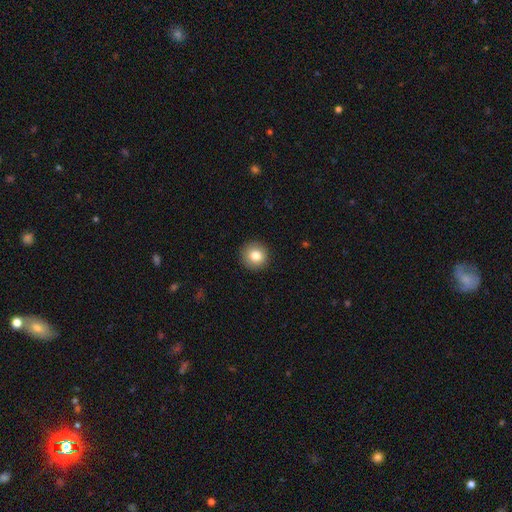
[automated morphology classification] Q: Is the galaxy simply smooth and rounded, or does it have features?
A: smooth — 82%.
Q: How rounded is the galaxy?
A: round — 94%.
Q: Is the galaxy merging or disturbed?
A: none — 92%.